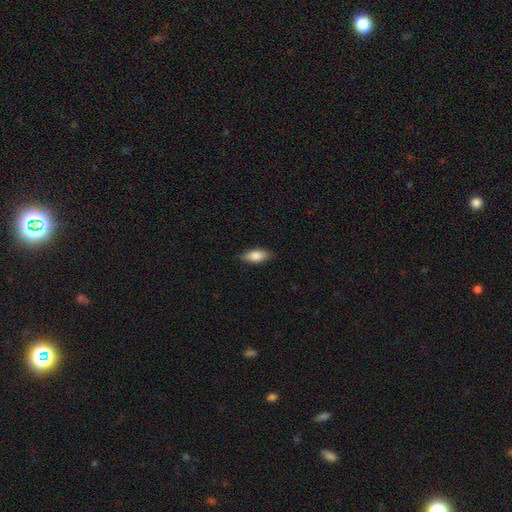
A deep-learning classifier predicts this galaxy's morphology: The model was most divided on "how rounded": in between: 82%, cigar-shaped: 15%, round: 3%. More confident: merging — none (85%); smooth or featured — smooth (82%).